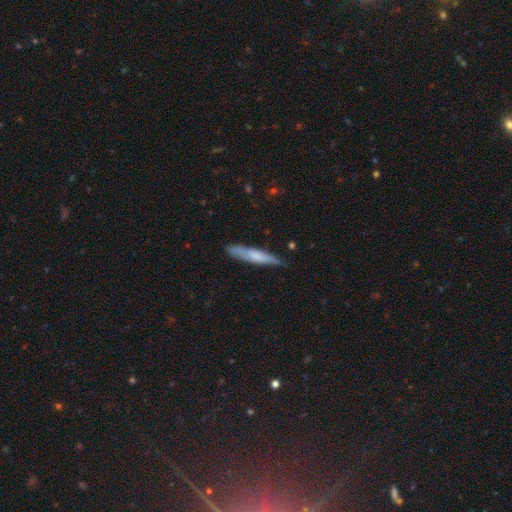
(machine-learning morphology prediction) smooth_or_featured: smooth (p=0.60) [alt: featured or disk p=0.34]
how_rounded: cigar-shaped (p=0.90) [alt: in between p=0.09]
merging: none (p=0.79) [alt: minor disturbance p=0.16]